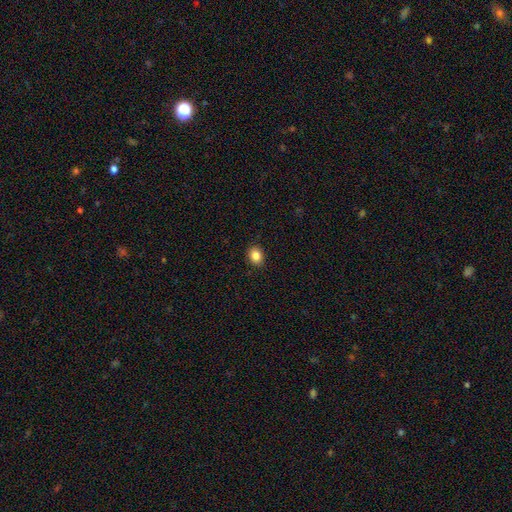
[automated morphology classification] A smooth galaxy with no disk features (85%) that is round (51%).

Vote fractions:
- Smooth or featured? smooth: 85% / star or artifact: 10% / featured or disk: 5%
- How rounded? round: 51% / in between: 48% / cigar-shaped: 1%
- Merging? none: 90% / minor disturbance: 7% / major disturbance: 2% / merger: 1%